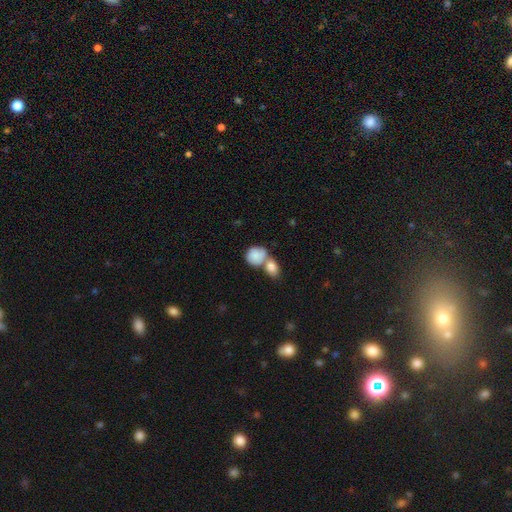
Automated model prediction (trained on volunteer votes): smooth 81%, featured or disk 13%, star or artifact 6%. Down the decision tree: how rounded — round (61%); merging — merger (63%).